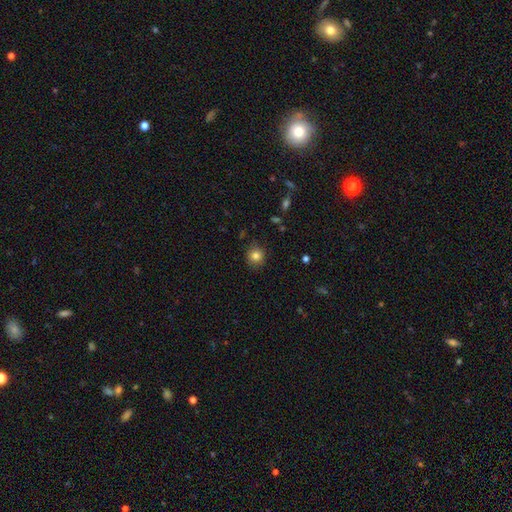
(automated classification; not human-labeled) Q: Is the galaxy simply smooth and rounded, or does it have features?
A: smooth — 82%.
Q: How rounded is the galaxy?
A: round — 87%.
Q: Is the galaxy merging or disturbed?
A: none — 86%.